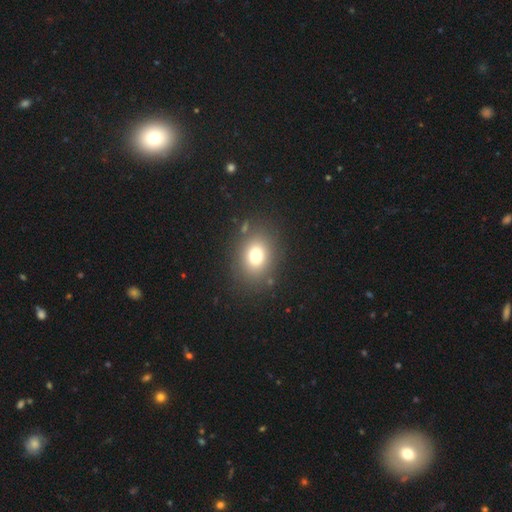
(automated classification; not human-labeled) Smooth or featured?
  - smooth: 77% *
  - star or artifact: 13%
  - featured or disk: 10%
How rounded?
  - in between: 50% *
  - round: 49%
  - cigar-shaped: 1%
Merging?
  - none: 84% *
  - minor disturbance: 9%
  - major disturbance: 4%
  - merger: 3%